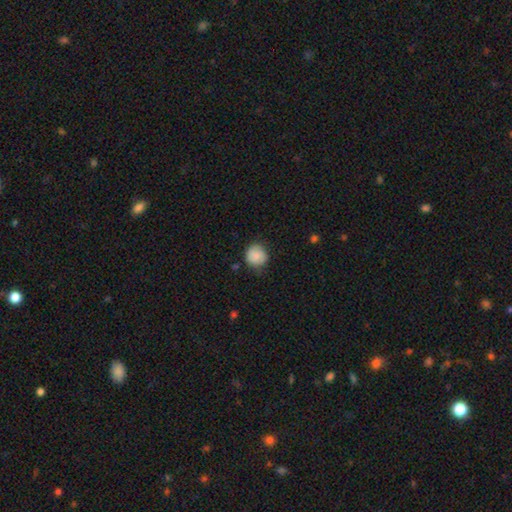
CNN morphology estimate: type=smooth (86%); roundness=round (86%); merging=none (74%).